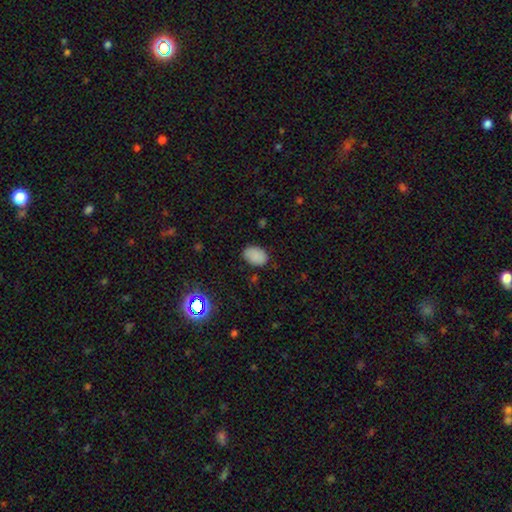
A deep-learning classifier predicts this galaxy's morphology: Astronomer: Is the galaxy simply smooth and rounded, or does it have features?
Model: smooth — 85%.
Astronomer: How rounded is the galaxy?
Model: in between — 87%.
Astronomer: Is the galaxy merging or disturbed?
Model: none — 81%.